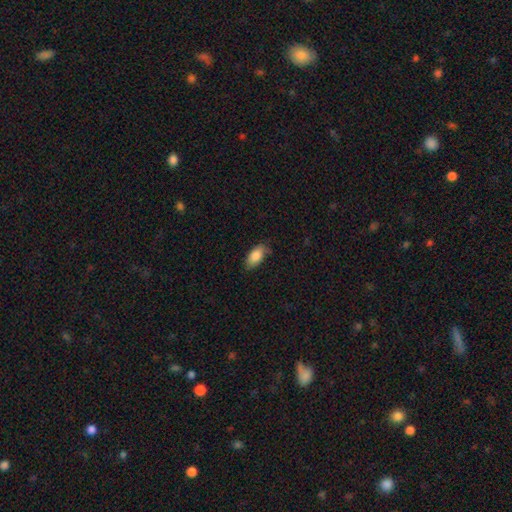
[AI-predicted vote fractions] Smooth or featured? Predicted: smooth (p=0.85). How rounded? Predicted: in between (p=0.93). Merging? Predicted: none (p=0.73).